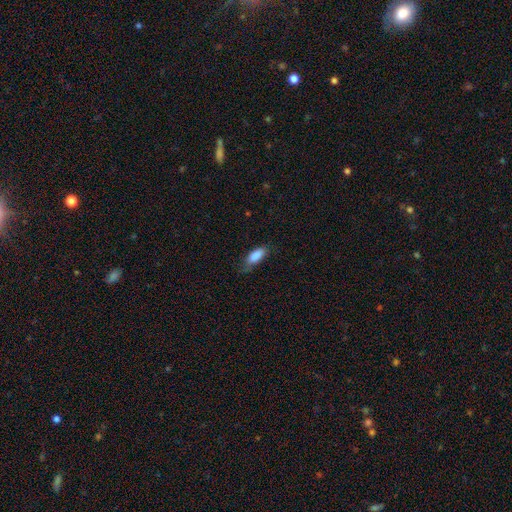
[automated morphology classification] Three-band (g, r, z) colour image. It shows a smooth galaxy with no disk features (86%) that is in between round and cigar-shaped (80%). Merging: none (58%).